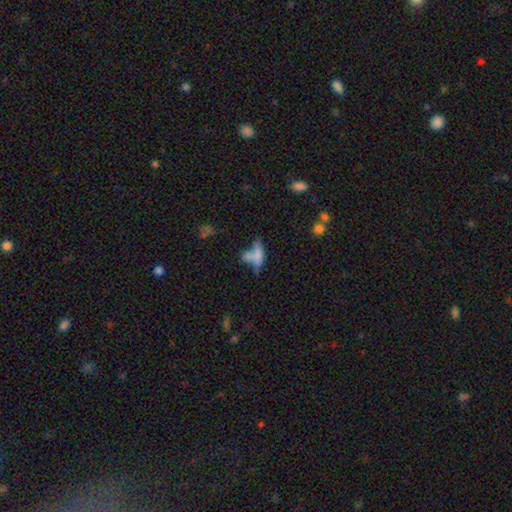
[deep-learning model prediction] This appears to be a smooth galaxy with no disk features (58%) that is in between round and cigar-shaped (56%). Merging: merger (42%).